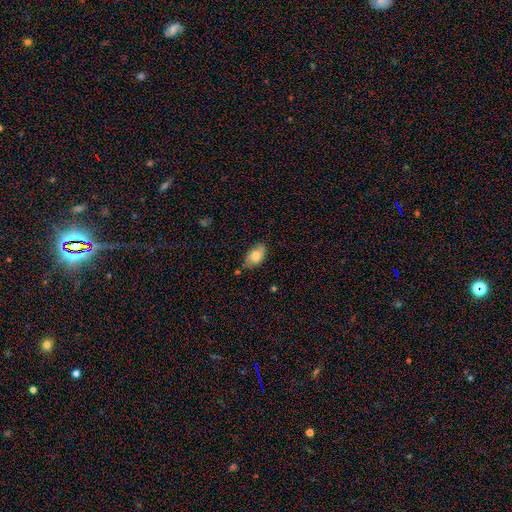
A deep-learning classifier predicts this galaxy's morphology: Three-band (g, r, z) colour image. It shows a smooth galaxy with no disk features (74%) that is in between round and cigar-shaped (92%). Merging: none (72%).